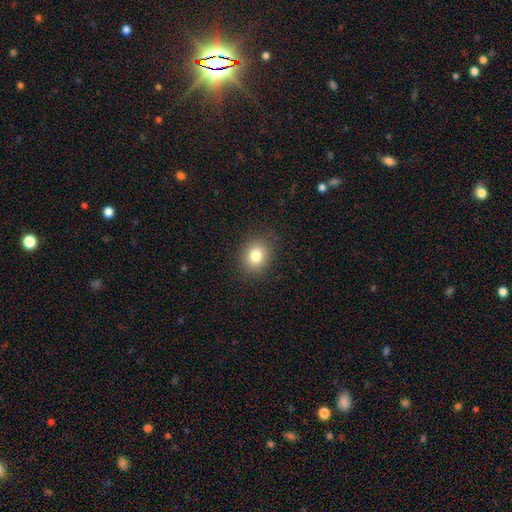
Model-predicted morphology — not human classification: The model was most divided on "how rounded": round: 62%, in between: 37%, cigar-shaped: 1%. More confident: merging — none (89%); smooth or featured — smooth (81%).